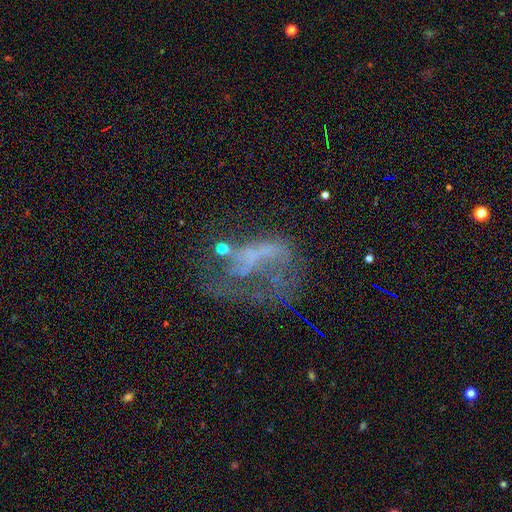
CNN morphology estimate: The model was most divided on "merging": major disturbance: 50%, none: 25%, minor disturbance: 14%, merger: 11%. More confident: edge-on disk — no (96%); bar — no (79%); bulge size — none (78%); spiral arms — no (74%); smooth or featured — featured or disk (59%).